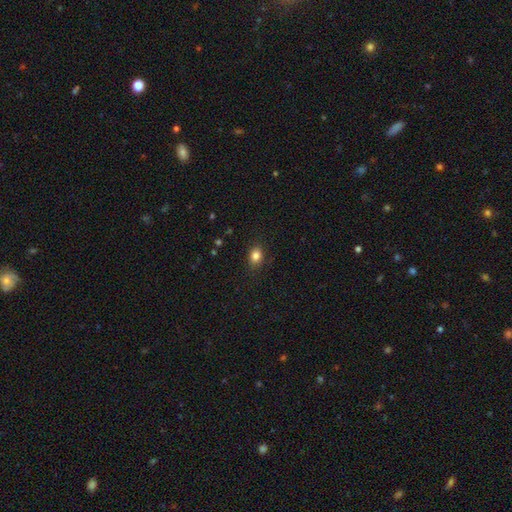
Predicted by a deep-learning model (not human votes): The model was most divided on "how rounded": in between: 63%, round: 36%, cigar-shaped: 1%. More confident: merging — none (86%); smooth or featured — smooth (84%).